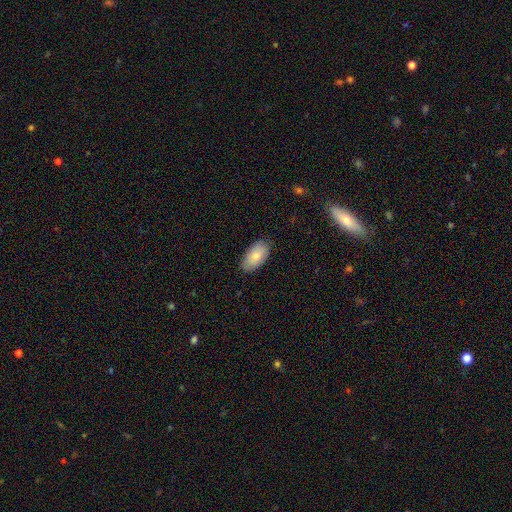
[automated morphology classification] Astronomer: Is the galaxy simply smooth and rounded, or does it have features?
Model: smooth — 80%.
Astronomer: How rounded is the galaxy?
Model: in between — 95%.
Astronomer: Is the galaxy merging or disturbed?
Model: none — 84%.